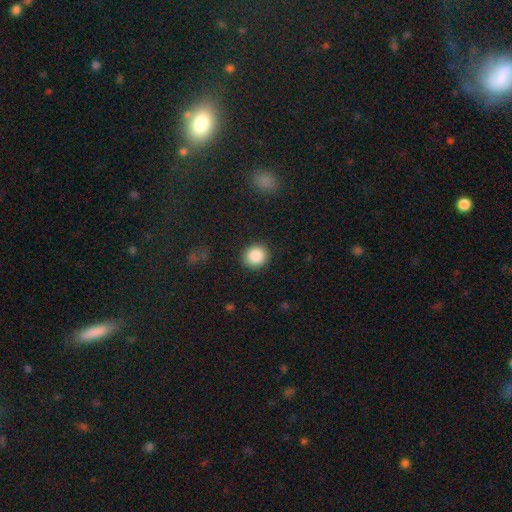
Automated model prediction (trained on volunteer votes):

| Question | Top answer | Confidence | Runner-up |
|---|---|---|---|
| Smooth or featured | smooth | 87% | star or artifact (9%) |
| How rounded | round | 89% | in between (10%) |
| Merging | none | 90% | minor disturbance (7%) |